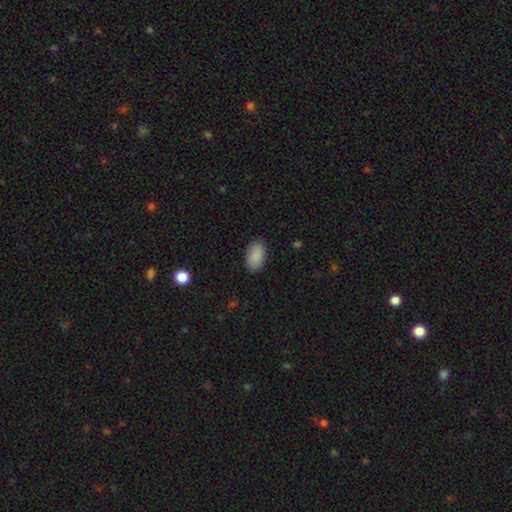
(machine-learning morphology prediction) type=smooth (90%); roundness=in between (94%); merging=none (88%).